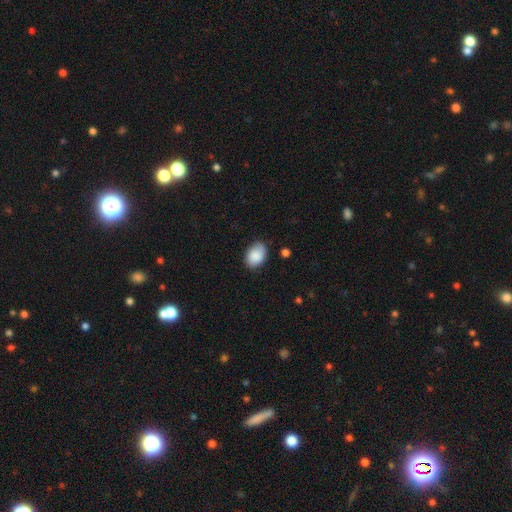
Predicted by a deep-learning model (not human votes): smooth-or-featured: smooth: 86% | star or artifact: 7% | featured or disk: 7%
  how-rounded: in between: 78% | round: 21% | cigar-shaped: 1%
  merging: none: 74% | minor disturbance: 20% | major disturbance: 4% | merger: 2%